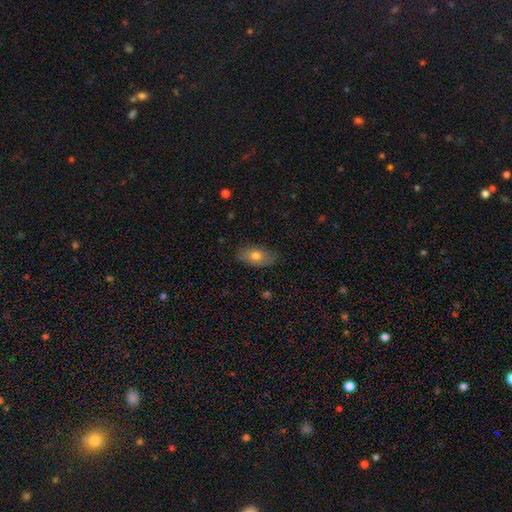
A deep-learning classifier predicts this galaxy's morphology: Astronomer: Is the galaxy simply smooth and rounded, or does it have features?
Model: smooth — 73%.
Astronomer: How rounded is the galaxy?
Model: in between — 89%.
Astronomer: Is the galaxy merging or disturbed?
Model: none — 81%.